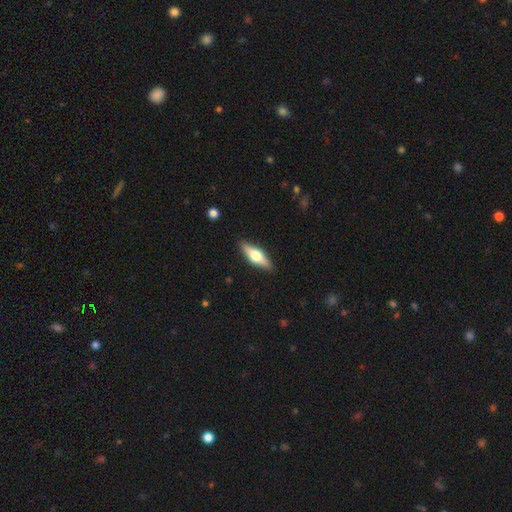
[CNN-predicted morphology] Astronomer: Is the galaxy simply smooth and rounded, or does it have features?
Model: featured or disk — 50% (runner-up: smooth, 45%).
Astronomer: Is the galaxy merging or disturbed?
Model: none — 88%.